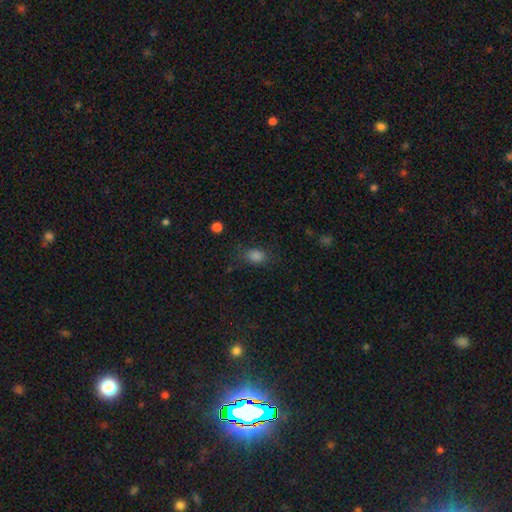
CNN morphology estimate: smooth_or_featured: smooth (p=0.79) [alt: star or artifact p=0.16]
how_rounded: in between (p=0.70) [alt: round p=0.28]
merging: none (p=0.74) [alt: minor disturbance p=0.18]